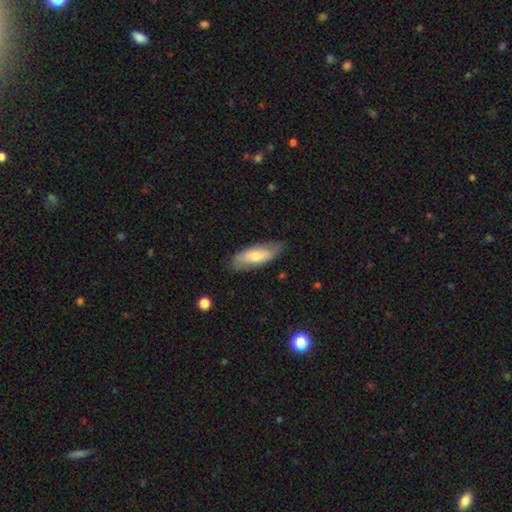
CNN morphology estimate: smooth-or-featured: smooth: 60% | featured or disk: 34% | star or artifact: 6%
  how-rounded: in between: 69% | cigar-shaped: 29% | round: 2%
  merging: none: 80% | minor disturbance: 16% | major disturbance: 3% | merger: 1%